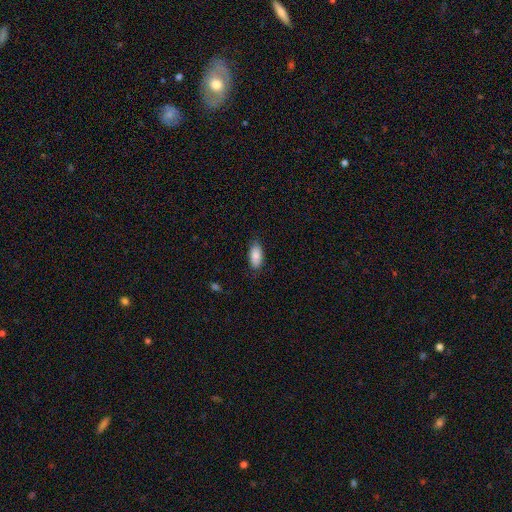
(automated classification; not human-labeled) smooth 88%, star or artifact 6%, featured or disk 6%. Down the decision tree: how rounded — in between (90%); merging — none (84%).